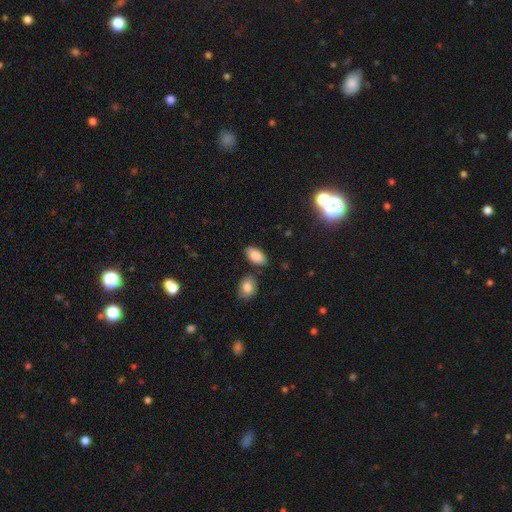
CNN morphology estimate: smooth-or-featured: smooth: 86% | star or artifact: 8% | featured or disk: 6%
  how-rounded: in between: 93% | round: 4% | cigar-shaped: 2%
  merging: none: 79% | minor disturbance: 13% | merger: 5% | major disturbance: 3%